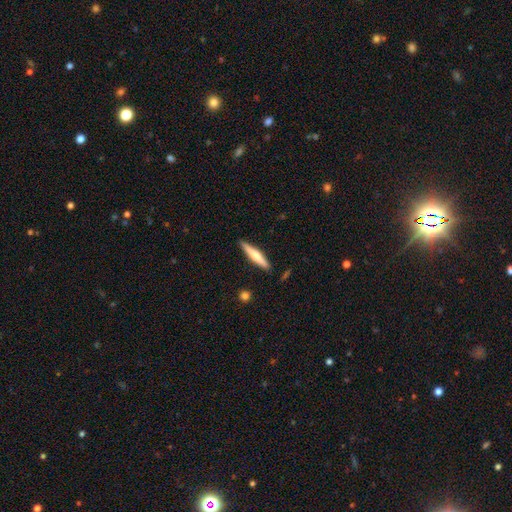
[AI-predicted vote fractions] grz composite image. It shows a smooth galaxy with no disk features (52%) that is cigar-shaped (90%). Merging: none (88%).